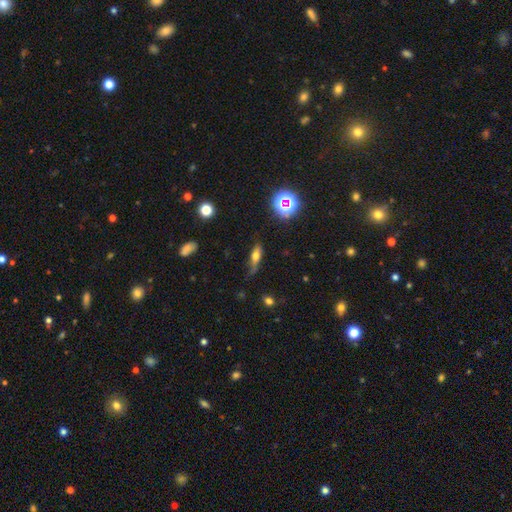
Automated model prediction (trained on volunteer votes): Smooth or featured? Predicted: smooth (p=0.55). How rounded? Predicted: in between (p=0.50). Merging? Predicted: none (p=0.53).